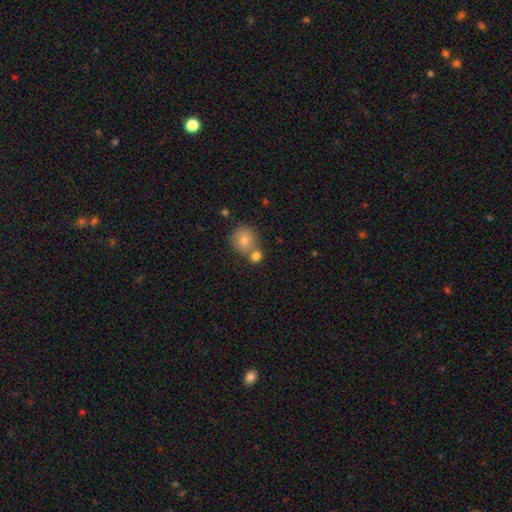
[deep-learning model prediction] The model was most divided on "merging": none: 48%, merger: 40%, minor disturbance: 9%, major disturbance: 3%. More confident: how rounded — round (81%); smooth or featured — smooth (78%).